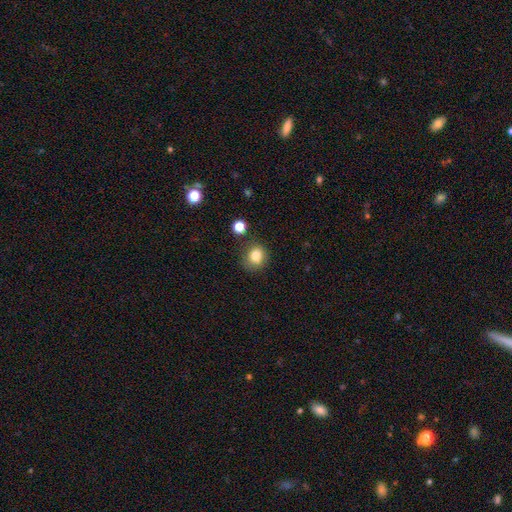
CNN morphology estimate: type=smooth (82%); roundness=round (79%); merging=none (76%).